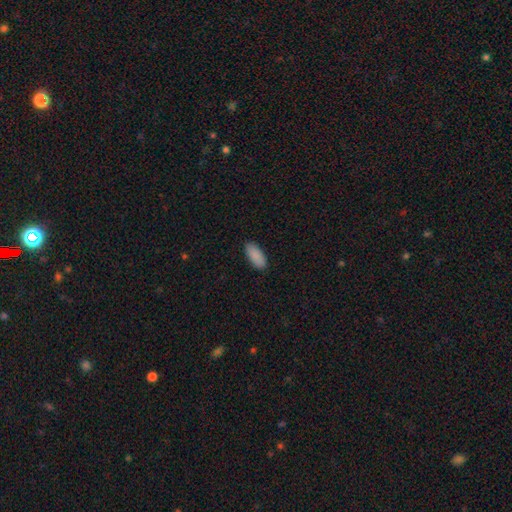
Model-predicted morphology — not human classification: smooth_or_featured: smooth (p=0.90) [alt: star or artifact p=0.06]
how_rounded: in between (p=0.89) [alt: cigar-shaped p=0.09]
merging: none (p=0.89) [alt: minor disturbance p=0.08]